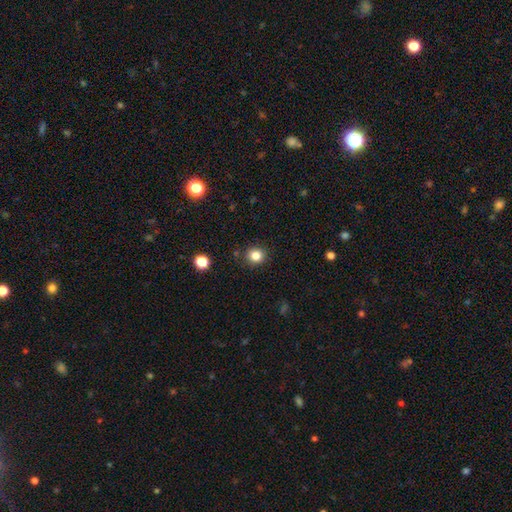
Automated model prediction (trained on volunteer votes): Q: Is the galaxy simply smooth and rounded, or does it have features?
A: smooth — 83%.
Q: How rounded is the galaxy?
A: round — 85%.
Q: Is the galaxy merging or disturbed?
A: none — 88%.